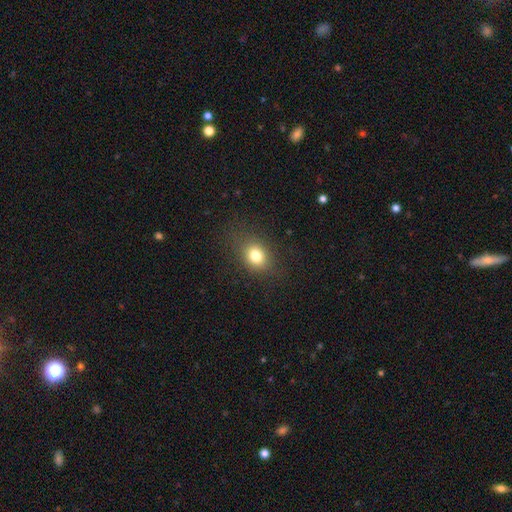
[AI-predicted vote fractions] Q: Smooth or featured?
A: smooth (79%); runner-up: star or artifact (12%)
Q: How rounded?
A: in between (51%); runner-up: round (47%)
Q: Merging?
A: none (82%); runner-up: minor disturbance (12%)